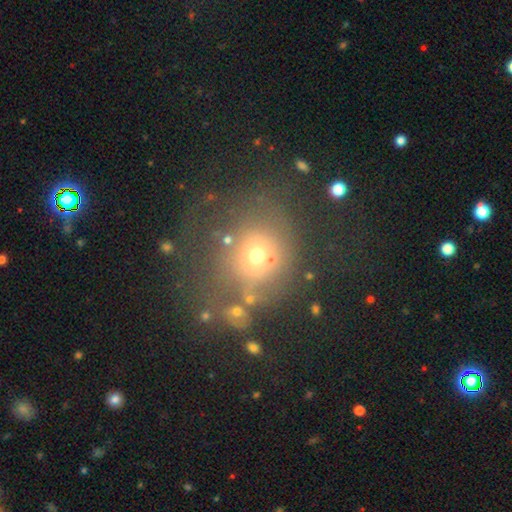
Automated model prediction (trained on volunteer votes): This is possibly a smooth galaxy (58%). How rounded: likely round (80%). Merging: possibly none (55%).